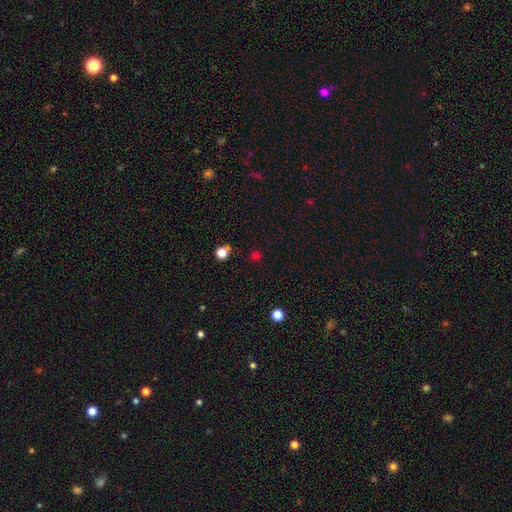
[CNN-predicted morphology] The model was most divided on "smooth or featured": smooth: 61%, star or artifact: 34%, featured or disk: 5%. More confident: how rounded — round (91%); merging — none (82%).